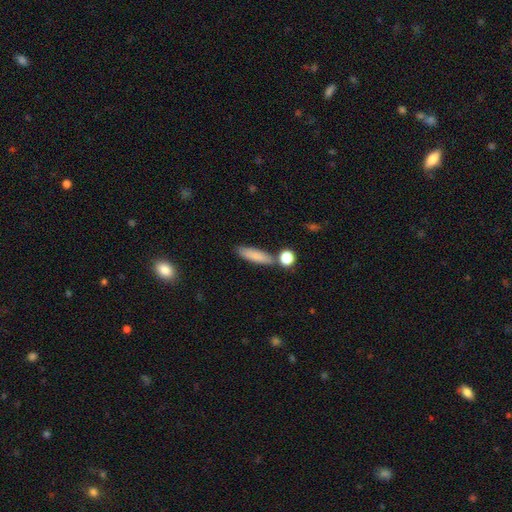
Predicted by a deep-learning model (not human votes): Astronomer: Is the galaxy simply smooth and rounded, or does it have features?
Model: smooth — 83%.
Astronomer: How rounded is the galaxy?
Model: cigar-shaped — 64%.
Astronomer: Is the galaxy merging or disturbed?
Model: none — 74%.